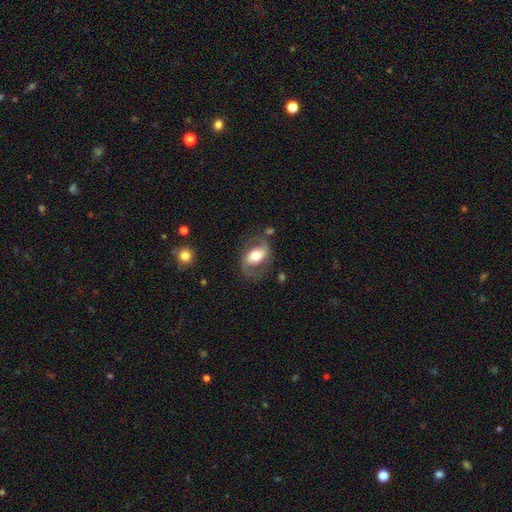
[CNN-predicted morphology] This is likely a featured or disk galaxy (64%). It is clearly not viewed edge-on (95%). Bar: marginally no (41%). Spiral arm pattern: clearly yes (80%). Central bulge: likely moderate (63%). Merging: likely none (64%).